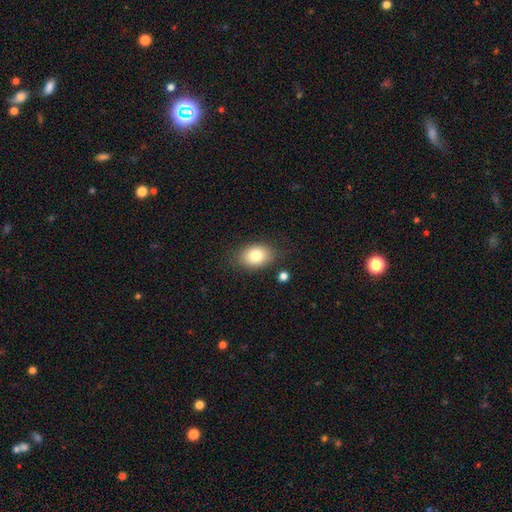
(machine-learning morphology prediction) smooth 81%, featured or disk 10%, star or artifact 9%. Down the decision tree: how rounded — in between (76%); merging — none (80%).